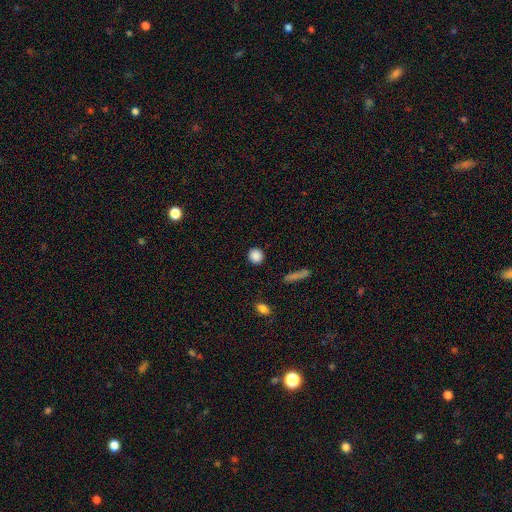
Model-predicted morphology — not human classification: smooth_or_featured: smooth (p=0.87) [alt: star or artifact p=0.09]
how_rounded: round (p=0.90) [alt: in between p=0.08]
merging: none (p=0.90) [alt: minor disturbance p=0.06]